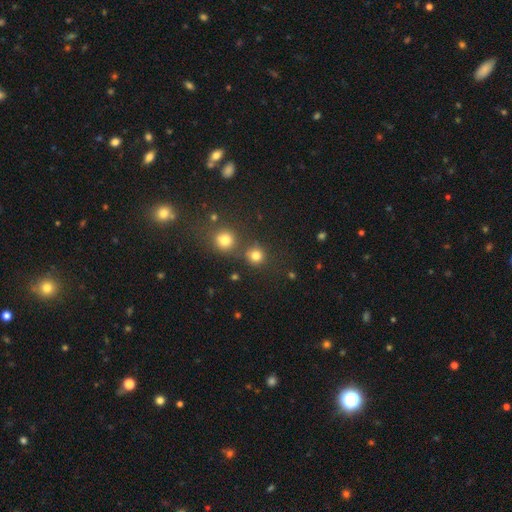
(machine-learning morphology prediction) Smooth or featured? Predicted: smooth (p=0.79). How rounded? Predicted: round (p=0.91). Merging? Predicted: none (p=0.73).